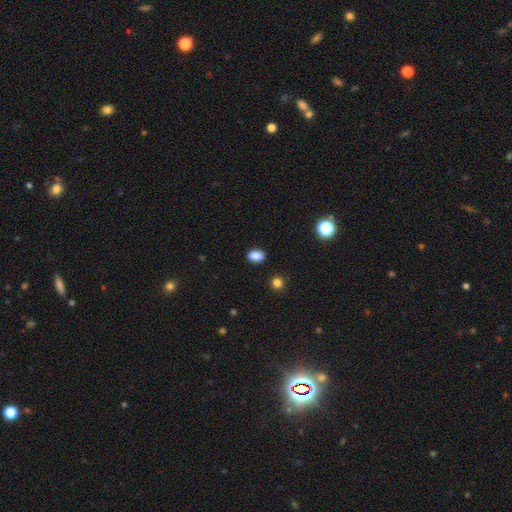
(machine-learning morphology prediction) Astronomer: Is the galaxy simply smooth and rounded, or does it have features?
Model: smooth — 86%.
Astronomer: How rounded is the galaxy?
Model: in between — 83%.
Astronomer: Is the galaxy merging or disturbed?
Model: none — 88%.